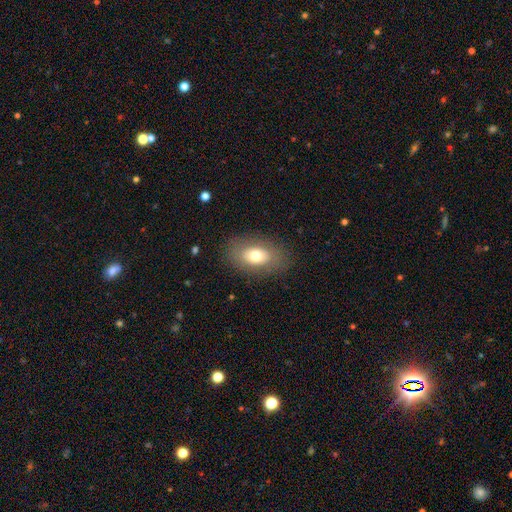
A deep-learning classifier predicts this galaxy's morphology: Smooth or featured? smooth (69%)
How rounded? in between (87%)
Merging? none (83%)